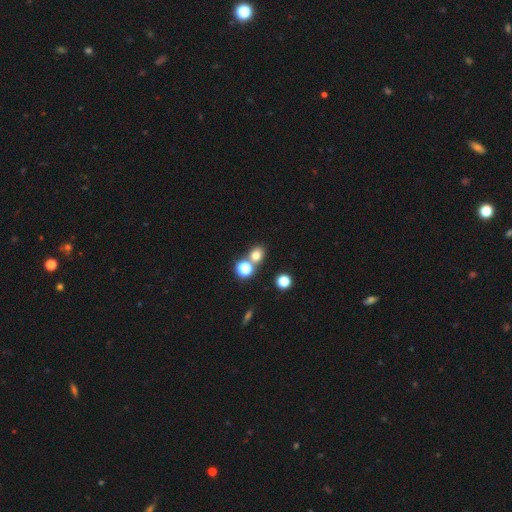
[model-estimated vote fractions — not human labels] smooth_or_featured: smooth (p=0.72) [alt: star or artifact p=0.20]
how_rounded: round (p=0.66) [alt: in between p=0.33]
merging: none (p=0.64) [alt: merger p=0.24]